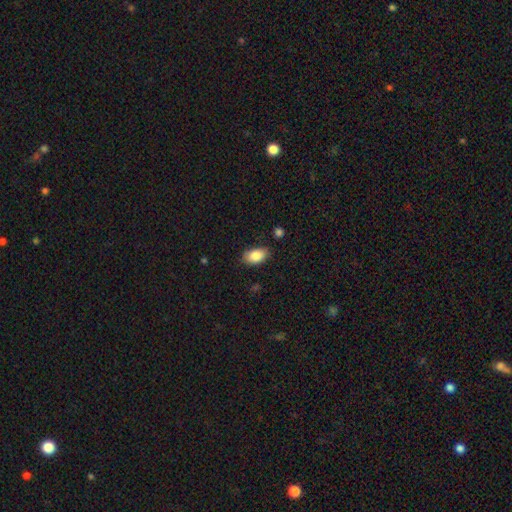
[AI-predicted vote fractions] Smooth or featured?
  - smooth: 85% *
  - featured or disk: 7%
  - star or artifact: 7%
How rounded?
  - in between: 91% *
  - round: 7%
  - cigar-shaped: 2%
Merging?
  - none: 82% *
  - minor disturbance: 14%
  - major disturbance: 3%
  - merger: 2%